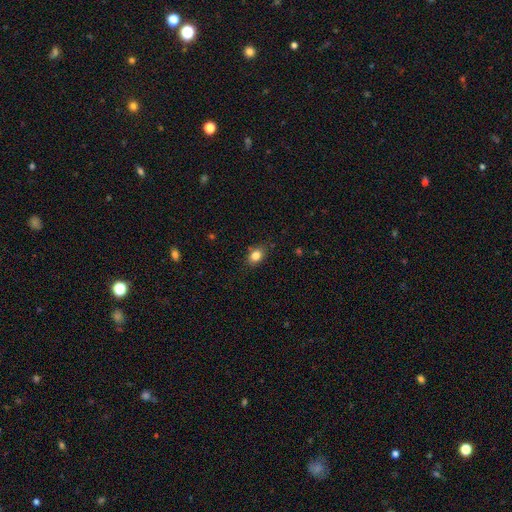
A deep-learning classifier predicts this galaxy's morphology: A smooth galaxy with no disk features (82%) that is in between round and cigar-shaped (65%). Merging: none (82%).